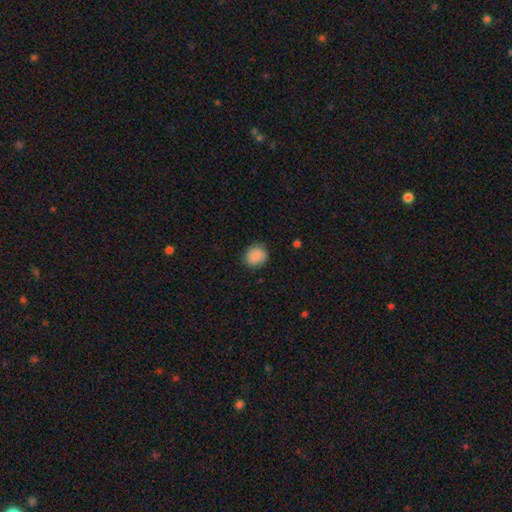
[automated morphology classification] Smooth or featured? smooth (86%)
How rounded? round (79%)
Merging? none (80%)